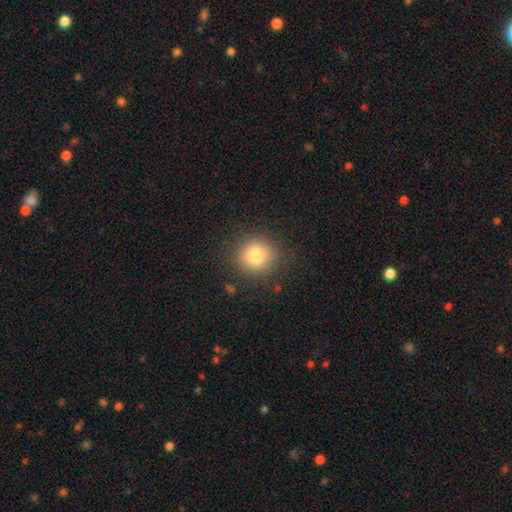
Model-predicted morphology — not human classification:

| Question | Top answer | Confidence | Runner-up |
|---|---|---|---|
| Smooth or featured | smooth | 80% | star or artifact (12%) |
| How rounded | round | 88% | in between (11%) |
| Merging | none | 86% | minor disturbance (9%) |